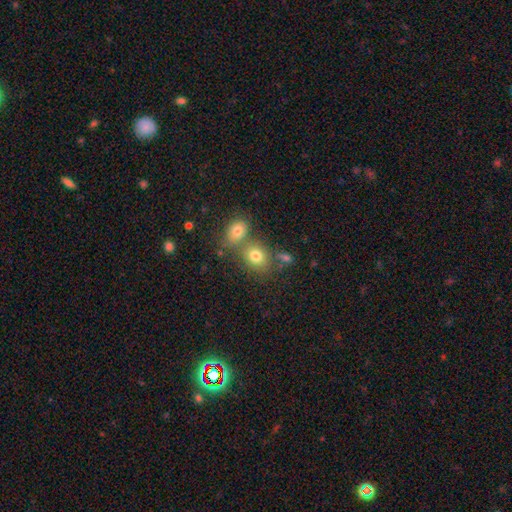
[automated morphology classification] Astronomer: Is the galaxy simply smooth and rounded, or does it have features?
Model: smooth — 76%.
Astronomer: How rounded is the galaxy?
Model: round — 51% (runner-up: in between, 48%).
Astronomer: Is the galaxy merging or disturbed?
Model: none — 52% (runner-up: merger, 33%).